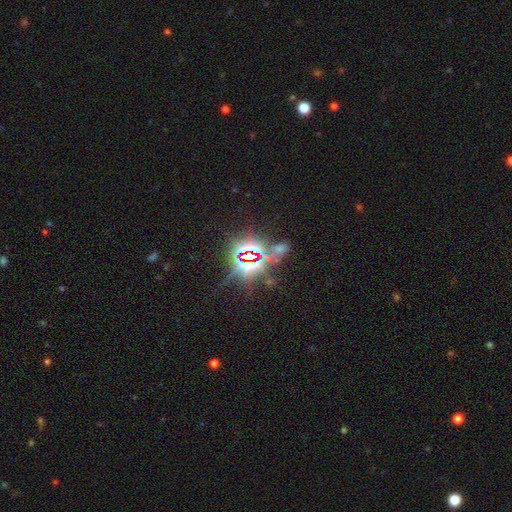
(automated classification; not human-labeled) This appears to be a star or artifact, not a galaxy (81%).